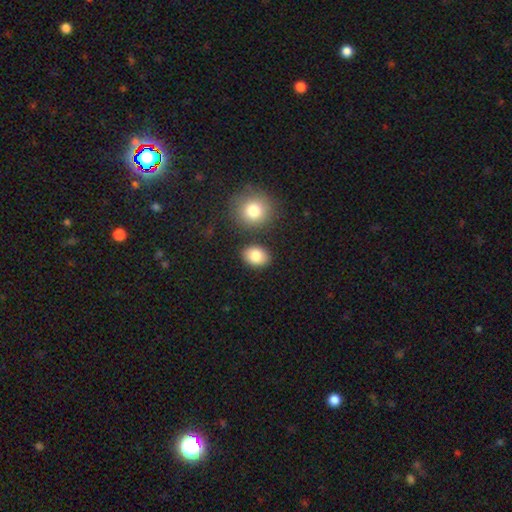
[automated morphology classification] Overall: smooth (84%). How rounded: in between (62%; round 37%). Merging: none (82%).